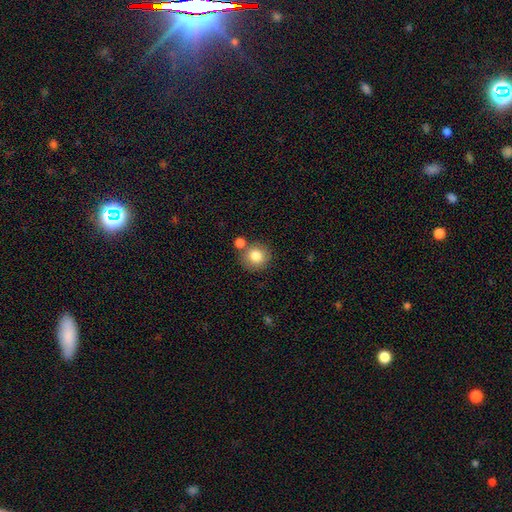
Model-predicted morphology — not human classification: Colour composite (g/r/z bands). It shows a smooth galaxy with no disk features (82%) that is round (89%). Merging: none (71%).